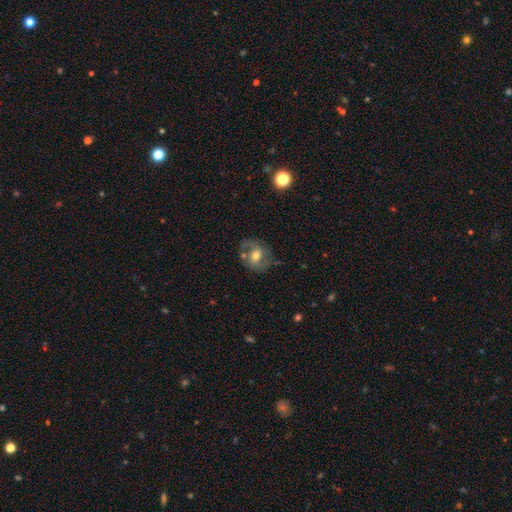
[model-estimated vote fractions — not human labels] smooth-or-featured: featured or disk: 59% | smooth: 32% | star or artifact: 9%
  disk-edge-on: no: 96% | yes: 4%
    bar: no: 45% | weak: 40% | strong: 15%
    has-spiral-arms: yes: 78% | no: 22%
    bulge-size: moderate: 68% | small: 23% | large: 7% | none: 1% | dominant: 1%
  merging: none: 66% | minor disturbance: 19% | major disturbance: 10% | merger: 5%